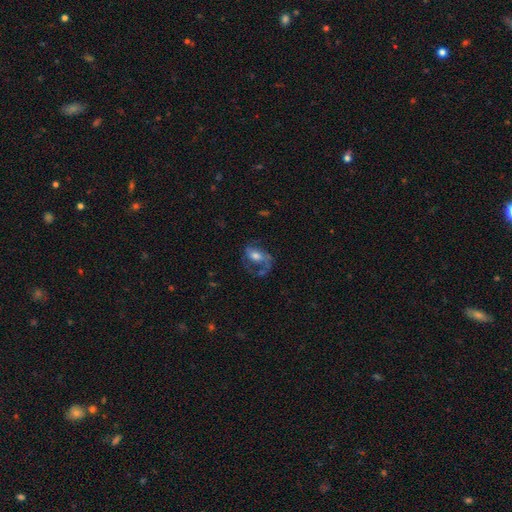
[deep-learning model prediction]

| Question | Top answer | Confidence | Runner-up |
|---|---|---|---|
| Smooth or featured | featured or disk | 57% | smooth (35%) |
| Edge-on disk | no | 95% | yes (5%) |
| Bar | no | 53% | weak (33%) |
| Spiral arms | yes | 68% | no (32%) |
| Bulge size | moderate | 52% | large (25%) |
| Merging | none | 38% | tied: major disturbance (38%) |